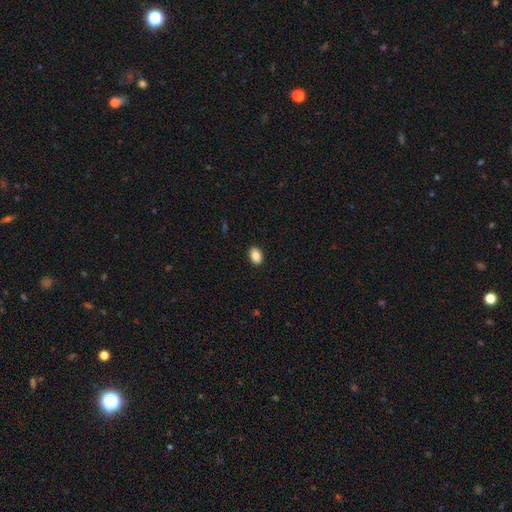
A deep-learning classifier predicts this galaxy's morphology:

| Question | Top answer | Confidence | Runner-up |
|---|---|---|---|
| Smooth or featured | smooth | 87% | star or artifact (8%) |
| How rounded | in between | 82% | round (17%) |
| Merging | none | 90% | minor disturbance (7%) |